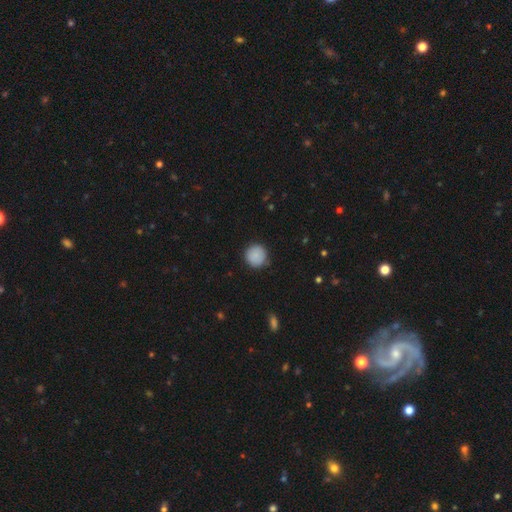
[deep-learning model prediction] This is clearly a smooth galaxy (87%). How rounded: clearly round (94%). Merging: clearly none (86%).